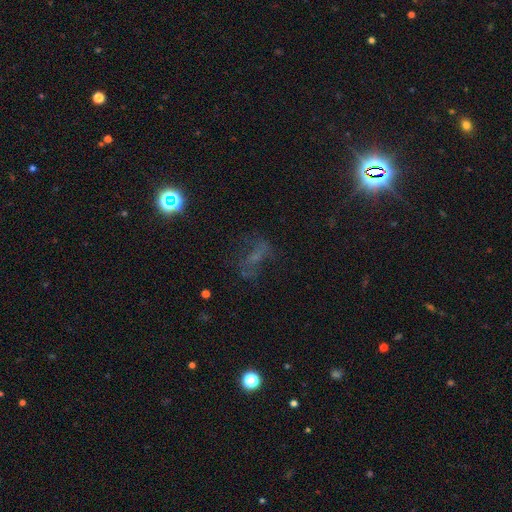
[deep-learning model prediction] This appears to be a star or artifact, not a galaxy (37%).